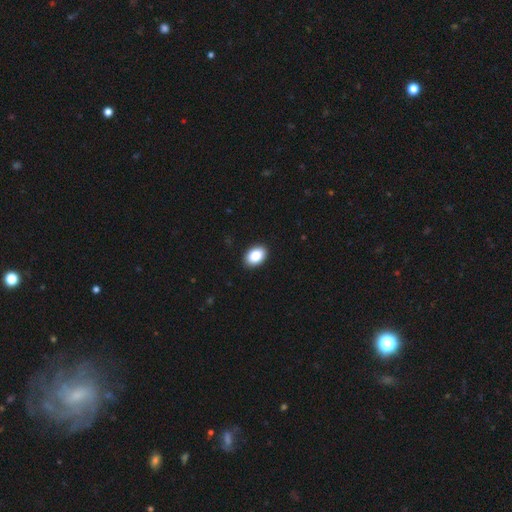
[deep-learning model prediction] smooth_or_featured: smooth (p=0.88) [alt: star or artifact p=0.07]
how_rounded: in between (p=0.86) [alt: round p=0.13]
merging: none (p=0.91) [alt: minor disturbance p=0.06]